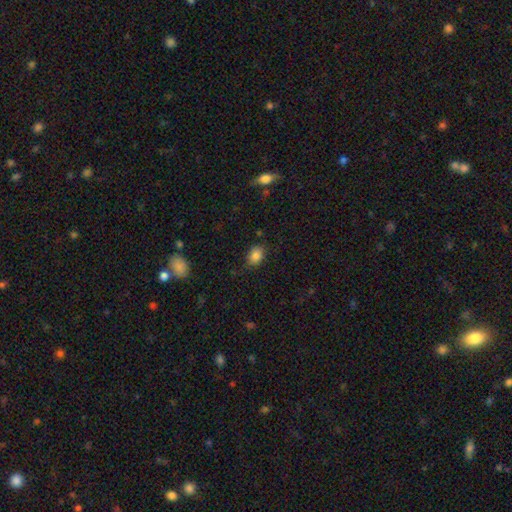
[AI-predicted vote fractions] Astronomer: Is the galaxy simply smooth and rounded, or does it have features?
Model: smooth — 85%.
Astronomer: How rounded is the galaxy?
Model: in between — 75%.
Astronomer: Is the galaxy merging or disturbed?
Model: none — 78%.